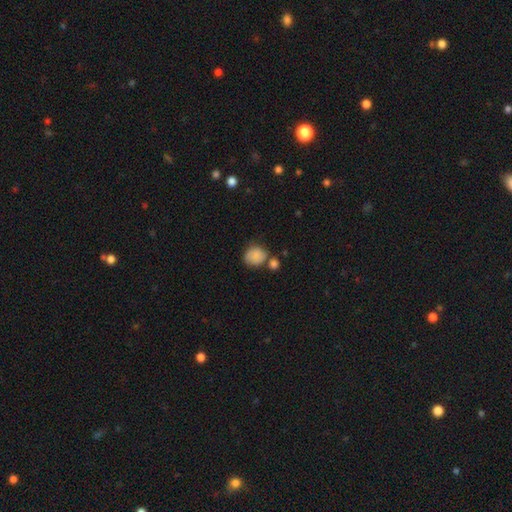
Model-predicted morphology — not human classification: Smooth or featured? smooth (84%)
How rounded? round (70%)
Merging? none (53%)